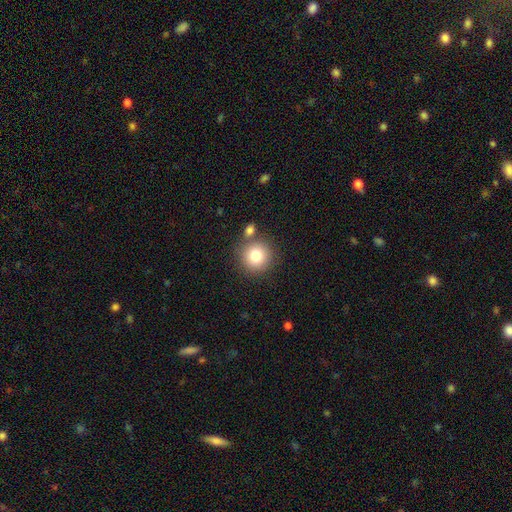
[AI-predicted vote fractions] Smooth or featured?
  - smooth: 80% *
  - star or artifact: 11%
  - featured or disk: 9%
How rounded?
  - round: 92% *
  - in between: 7%
  - cigar-shaped: 1%
Merging?
  - none: 75% *
  - merger: 12%
  - minor disturbance: 9%
  - major disturbance: 3%